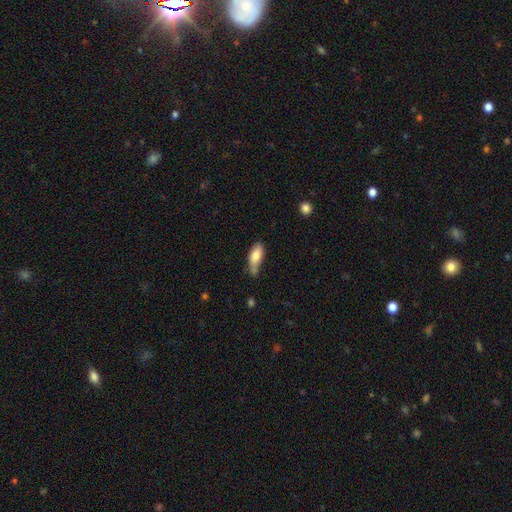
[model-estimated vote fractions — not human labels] Q: Smooth or featured?
A: smooth (78%); runner-up: featured or disk (15%)
Q: How rounded?
A: in between (79%); runner-up: cigar-shaped (19%)
Q: Merging?
A: none (45%); runner-up: minor disturbance (35%)